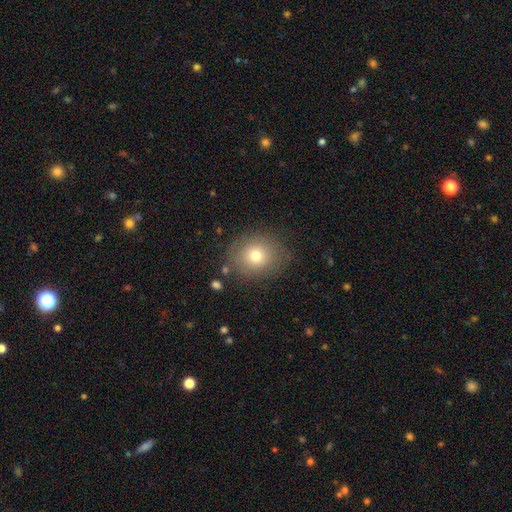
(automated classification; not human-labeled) Smooth or featured: smooth — 74% (featured or disk — 14%)
How rounded: round — 71% (in between — 28%)
Merging: none — 80% (minor disturbance — 13%)